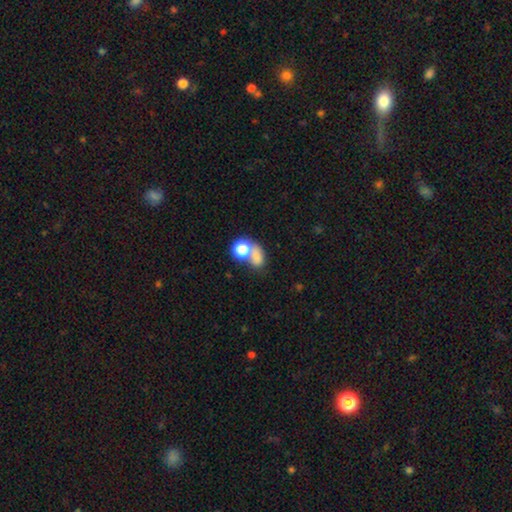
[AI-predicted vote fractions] Smooth or featured?
  - smooth: 72% *
  - star or artifact: 14%
  - featured or disk: 14%
How rounded?
  - in between: 60% *
  - round: 38%
  - cigar-shaped: 2%
Merging?
  - merger: 51% *
  - none: 31%
  - minor disturbance: 10%
  - major disturbance: 8%